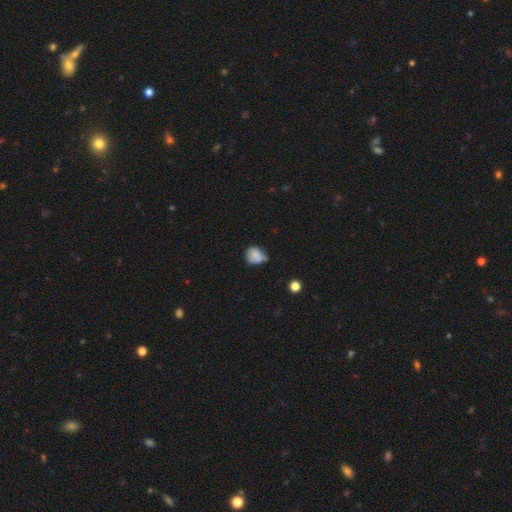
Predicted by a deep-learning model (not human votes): Smooth or featured? smooth (75%)
How rounded? round (65%)
Merging? none (43%)